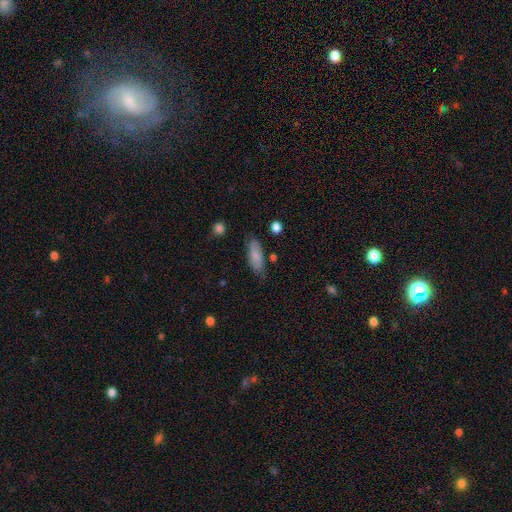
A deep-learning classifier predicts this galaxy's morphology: A smooth galaxy with no disk features (81%) that is in between round and cigar-shaped (75%).

Vote fractions:
- Smooth or featured? smooth: 81% / featured or disk: 13% / star or artifact: 6%
- How rounded? in between: 75% / cigar-shaped: 23% / round: 2%
- Merging? none: 76% / minor disturbance: 17% / major disturbance: 4% / merger: 3%